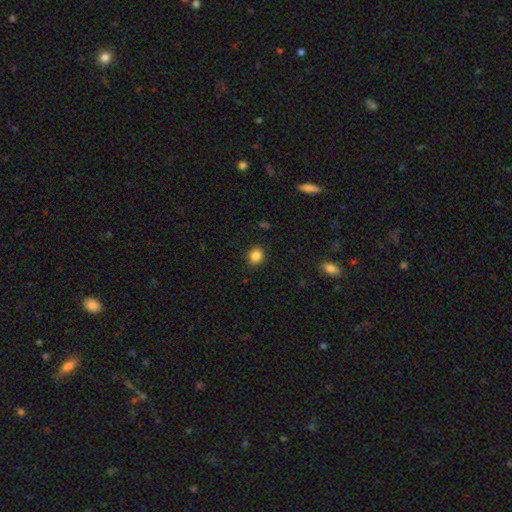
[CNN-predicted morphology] smooth 85%, star or artifact 11%, featured or disk 4%. Down the decision tree: how rounded — round (73%); merging — none (89%).